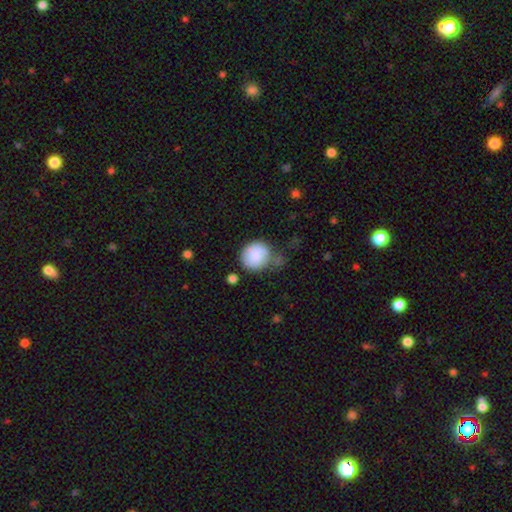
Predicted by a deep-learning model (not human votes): A smooth galaxy with no disk features (80%) that is round (85%). Merging: none (46%).